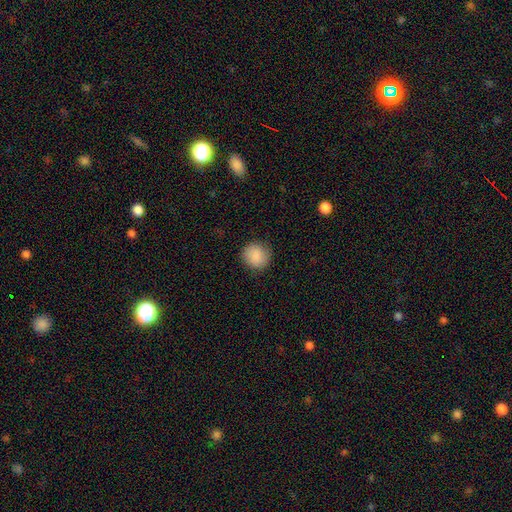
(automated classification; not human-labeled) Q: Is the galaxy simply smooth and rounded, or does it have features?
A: smooth — 88%.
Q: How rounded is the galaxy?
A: round — 91%.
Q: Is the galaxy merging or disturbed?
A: none — 88%.